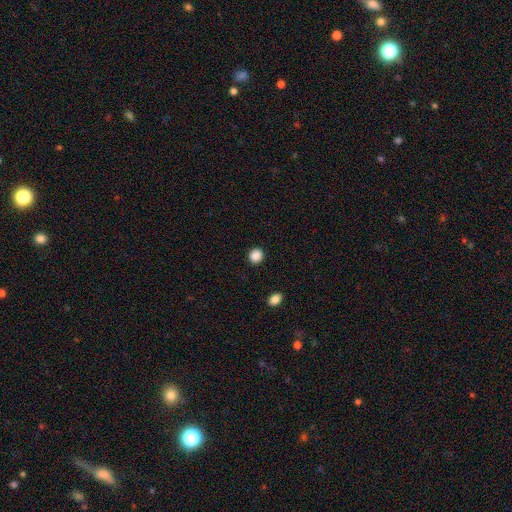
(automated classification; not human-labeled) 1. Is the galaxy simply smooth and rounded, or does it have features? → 88% smooth, 10% star or artifact, 3% featured or disk.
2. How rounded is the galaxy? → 87% round, 13% in between, 1% cigar-shaped.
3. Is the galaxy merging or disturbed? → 92% none, 5% minor disturbance, 2% major disturbance, 1% merger.